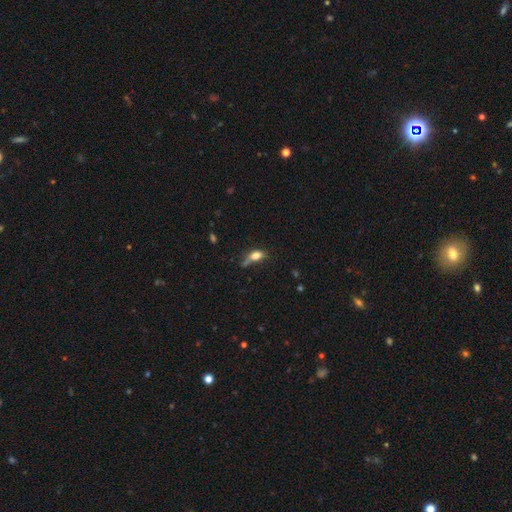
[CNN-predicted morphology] The model was most divided on "merging": none: 39%, minor disturbance: 29%, major disturbance: 20%, merger: 12%. More confident: how rounded — in between (79%); smooth or featured — smooth (74%).